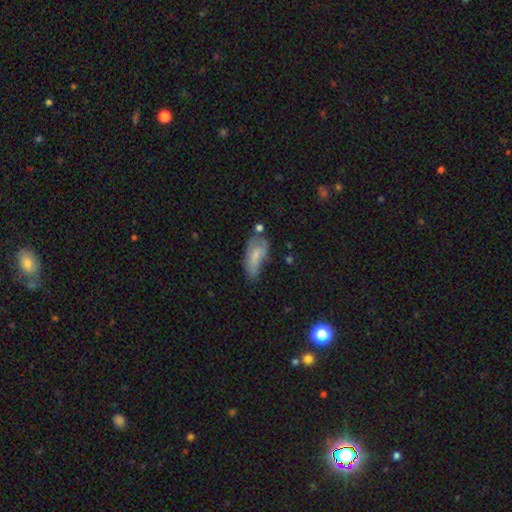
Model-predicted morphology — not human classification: smooth_or_featured: smooth (p=0.64) [alt: featured or disk p=0.29]
how_rounded: in between (p=0.84) [alt: cigar-shaped p=0.13]
merging: none (p=0.41) [alt: minor disturbance p=0.35]